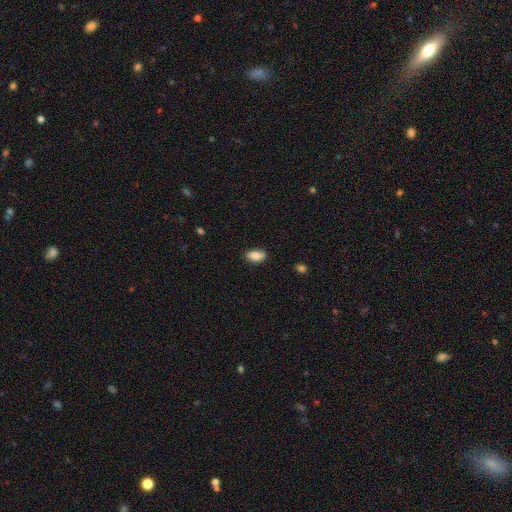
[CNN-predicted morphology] This appears to be a smooth galaxy with no disk features (85%) that is in between round and cigar-shaped (92%). Merging: none (76%).